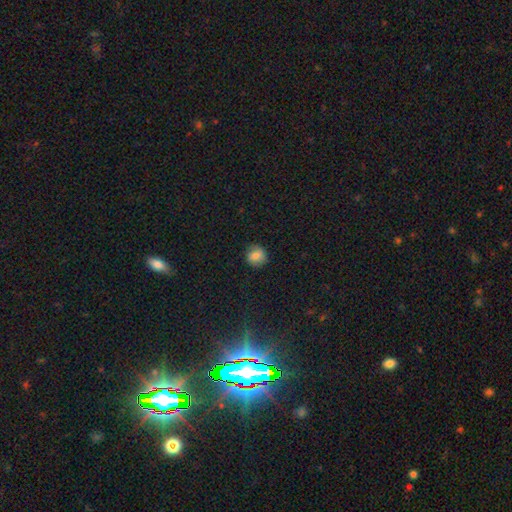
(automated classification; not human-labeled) Q: Smooth or featured?
A: smooth (80%); runner-up: star or artifact (10%)
Q: How rounded?
A: round (87%); runner-up: in between (12%)
Q: Merging?
A: none (83%); runner-up: minor disturbance (13%)